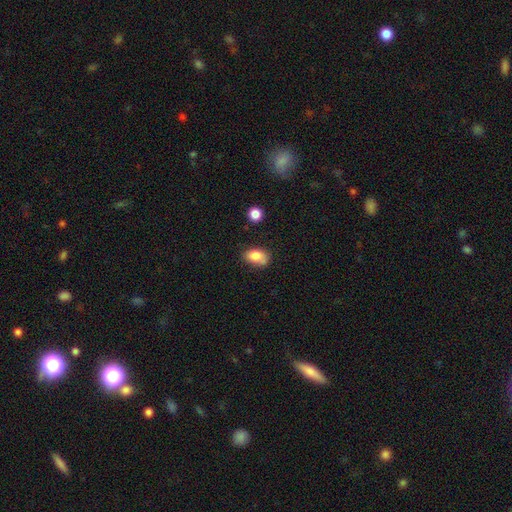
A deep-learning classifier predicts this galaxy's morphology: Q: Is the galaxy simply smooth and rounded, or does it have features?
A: smooth — 82%.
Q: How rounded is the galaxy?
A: in between — 84%.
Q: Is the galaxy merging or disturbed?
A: none — 62%.